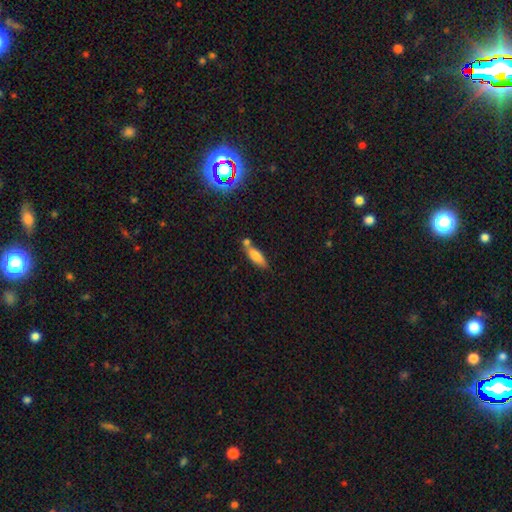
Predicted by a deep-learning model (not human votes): Q: Smooth or featured?
A: smooth (76%); runner-up: featured or disk (16%)
Q: How rounded?
A: in between (56%); runner-up: cigar-shaped (42%)
Q: Merging?
A: none (51%); runner-up: merger (29%)